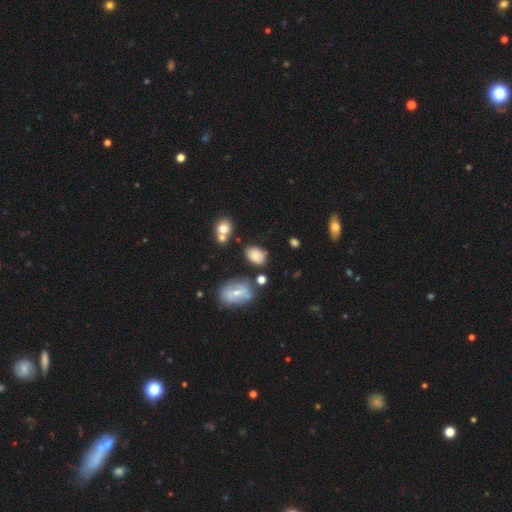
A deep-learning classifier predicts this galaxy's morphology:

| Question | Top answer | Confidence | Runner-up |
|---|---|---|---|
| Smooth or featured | smooth | 67% | featured or disk (21%) |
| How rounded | in between | 78% | round (20%) |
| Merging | none | 63% | minor disturbance (22%) |